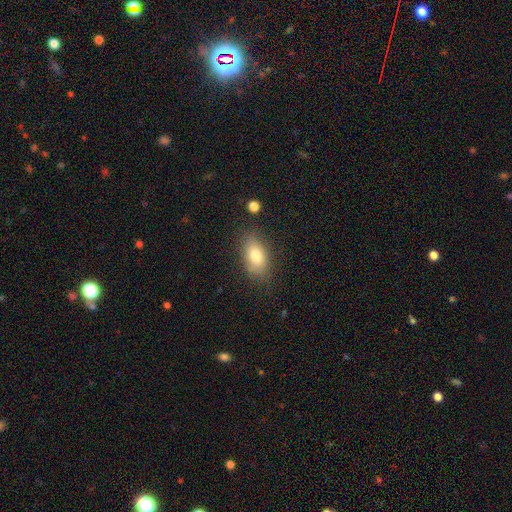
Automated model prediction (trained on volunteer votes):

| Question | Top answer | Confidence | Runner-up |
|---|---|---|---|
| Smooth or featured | smooth | 78% | featured or disk (13%) |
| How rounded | in between | 88% | round (7%) |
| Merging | none | 79% | minor disturbance (15%) |